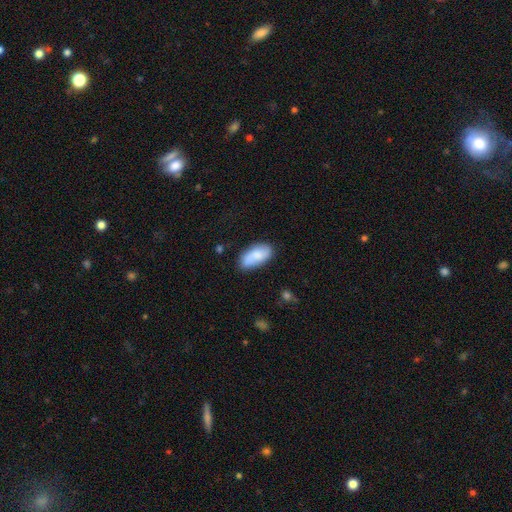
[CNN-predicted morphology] A smooth galaxy with no disk features (73%) that is in between round and cigar-shaped (92%). Merging: none (75%).